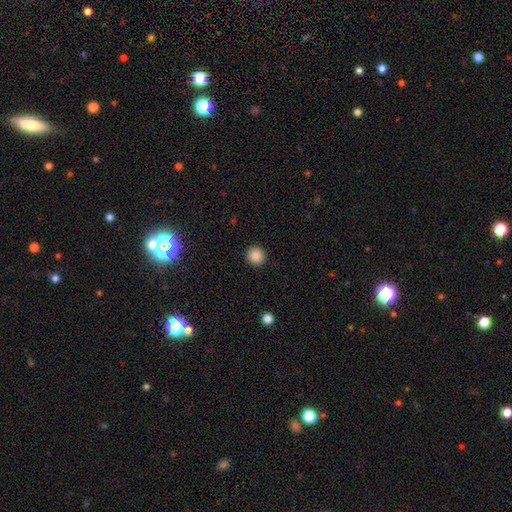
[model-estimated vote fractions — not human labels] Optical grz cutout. It shows a smooth galaxy with no disk features (87%) that is round (94%). Merging: none (93%).